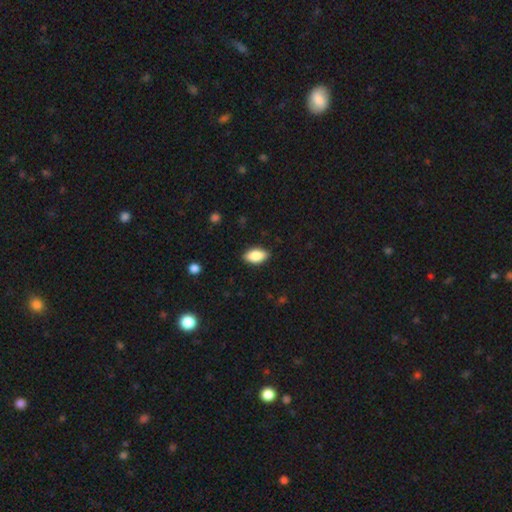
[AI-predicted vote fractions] Smooth or featured?
  - smooth: 86% *
  - featured or disk: 8%
  - star or artifact: 7%
How rounded?
  - in between: 92% *
  - round: 4%
  - cigar-shaped: 4%
Merging?
  - none: 88% *
  - minor disturbance: 9%
  - major disturbance: 2%
  - merger: 1%